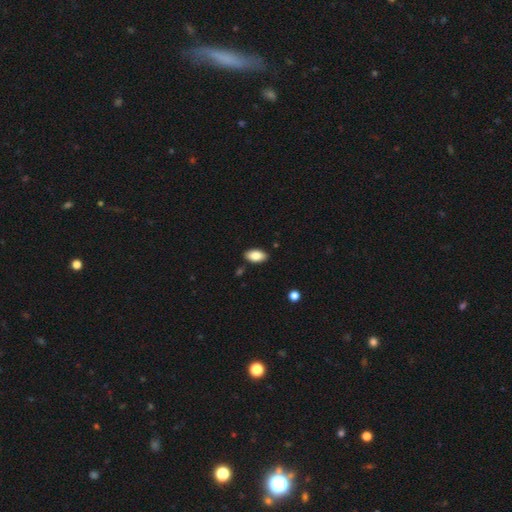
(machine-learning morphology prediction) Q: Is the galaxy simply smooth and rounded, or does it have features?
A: smooth — 85%.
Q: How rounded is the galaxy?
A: in between — 94%.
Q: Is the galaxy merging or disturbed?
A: none — 87%.